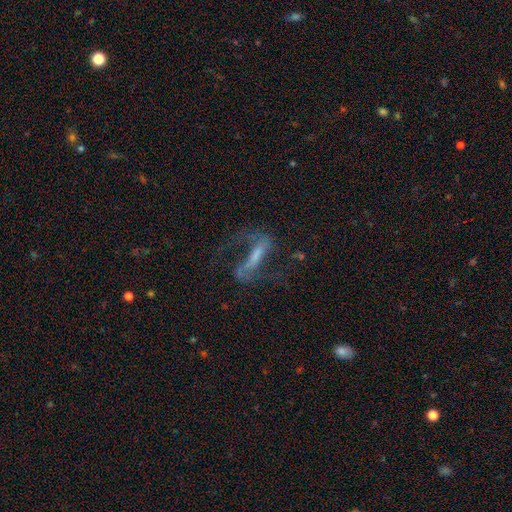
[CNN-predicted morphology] Smooth or featured? featured or disk (75%)
Edge-on disk? no (82%)
Bar? strong (59%)
Spiral arms? yes (84%)
Spiral winding? loose (63%)
Spiral arm count? 2 (84%)
Bulge size? small (35%)
Merging? none (56%)